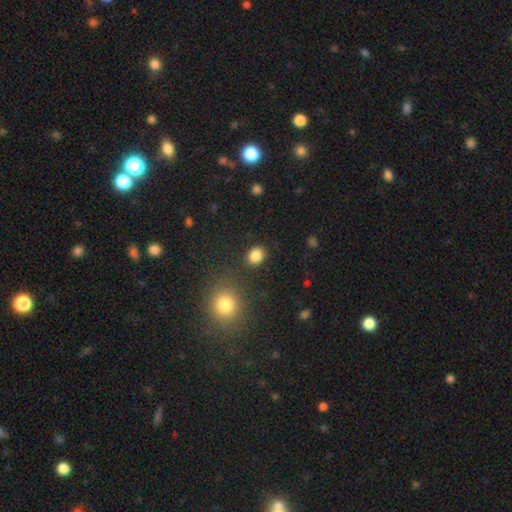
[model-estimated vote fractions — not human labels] This appears to be a smooth galaxy with no disk features (86%) that is round (53%). Merging: none (86%).